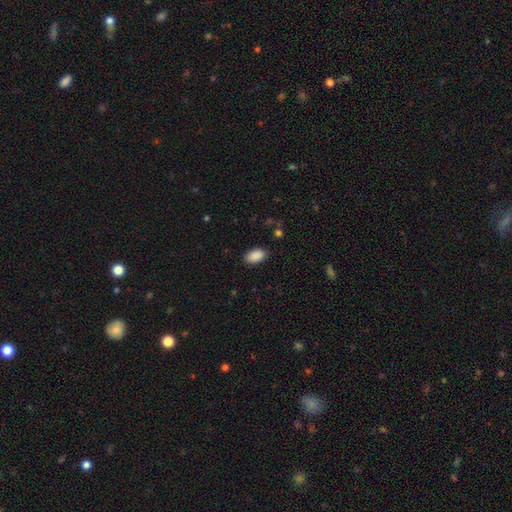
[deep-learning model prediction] Smooth or featured? Predicted: smooth (p=0.90). How rounded? Predicted: in between (p=0.93). Merging? Predicted: none (p=0.87).